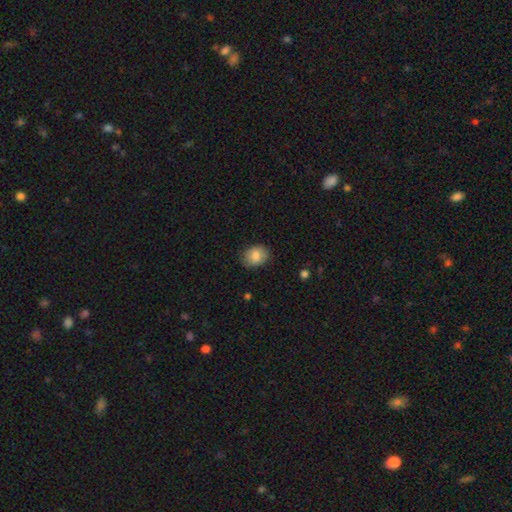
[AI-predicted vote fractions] Overall: smooth (84%). How rounded: in between (59%; round 40%). Merging: none (84%).